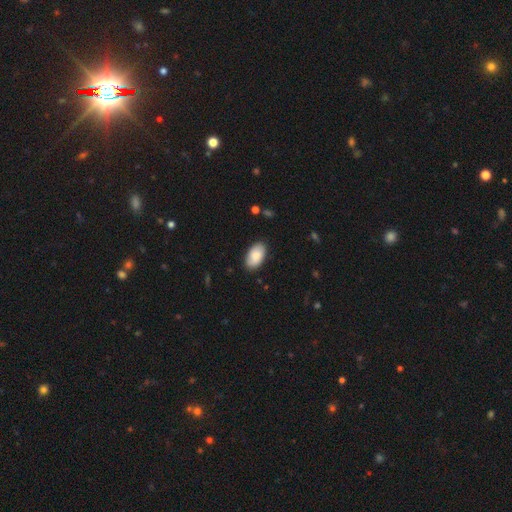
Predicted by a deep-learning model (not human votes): This appears to be a smooth galaxy with no disk features (83%) that is in between round and cigar-shaped (95%). Merging: none (86%).